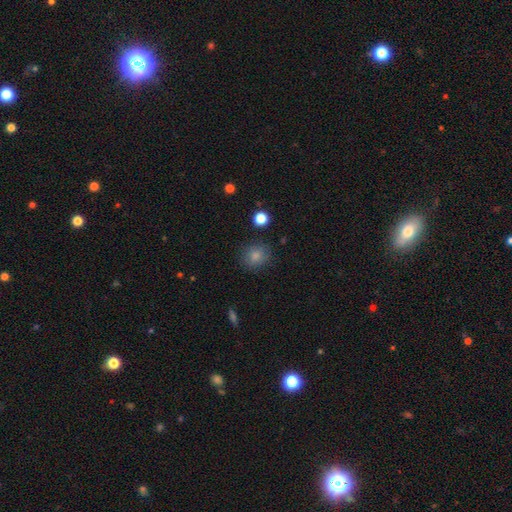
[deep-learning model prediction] A smooth galaxy with no disk features (83%) that is round (75%). Merging: none (81%).